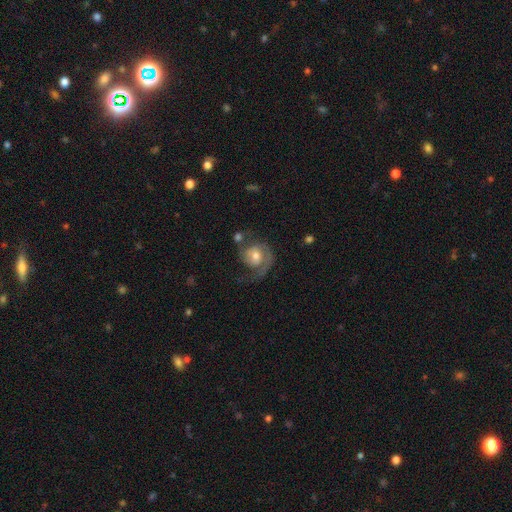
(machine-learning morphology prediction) Smooth or featured: featured or disk — 73% (smooth — 21%)
Edge-on disk: no — 98% (yes — 2%)
Bar: no — 57% (weak — 36%)
Spiral arms: yes — 91% (no — 9%)
Spiral winding: medium — 43% (tight — 29%)
Spiral arm count: 2 — 48% (1 — 42%)
Bulge size: moderate — 67% (small — 23%)
Merging: none — 47% (major disturbance — 26%)